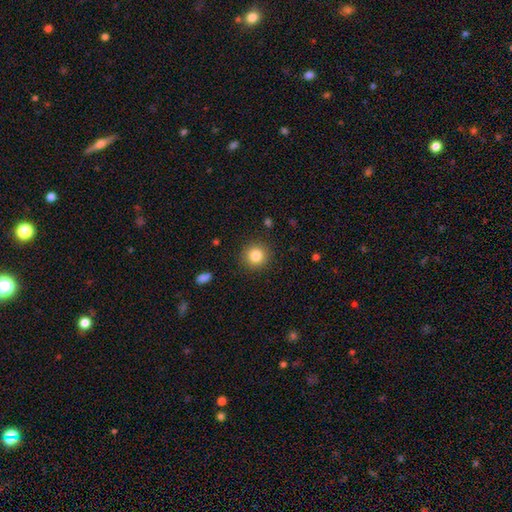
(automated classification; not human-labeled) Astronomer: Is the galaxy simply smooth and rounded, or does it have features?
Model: smooth — 83%.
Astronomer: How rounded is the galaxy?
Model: round — 93%.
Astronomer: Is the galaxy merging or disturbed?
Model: none — 90%.